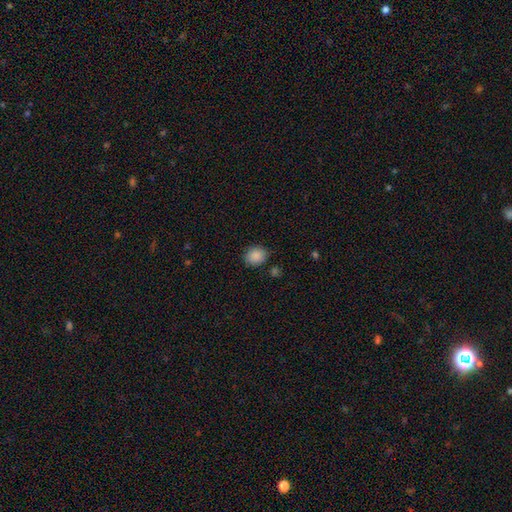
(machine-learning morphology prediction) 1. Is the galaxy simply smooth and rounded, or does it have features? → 88% smooth, 8% star or artifact, 4% featured or disk.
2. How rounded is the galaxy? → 67% round, 32% in between, 1% cigar-shaped.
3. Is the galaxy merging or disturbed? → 82% none, 12% minor disturbance, 3% major disturbance, 3% merger.